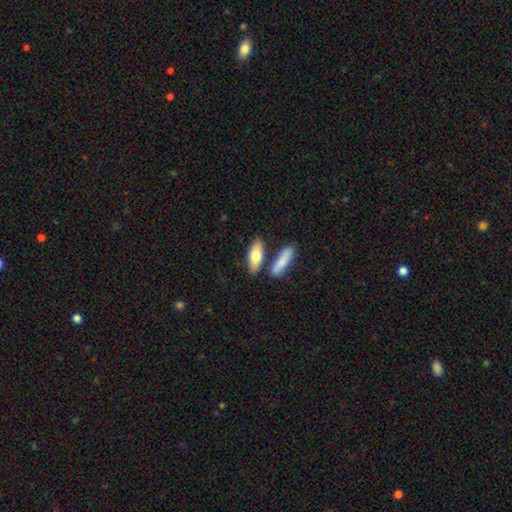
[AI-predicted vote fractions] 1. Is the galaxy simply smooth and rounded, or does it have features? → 75% smooth, 20% featured or disk, 5% star or artifact.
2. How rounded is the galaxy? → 69% in between, 28% cigar-shaped, 3% round.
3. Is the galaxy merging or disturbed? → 68% none, 18% merger, 11% minor disturbance, 3% major disturbance.